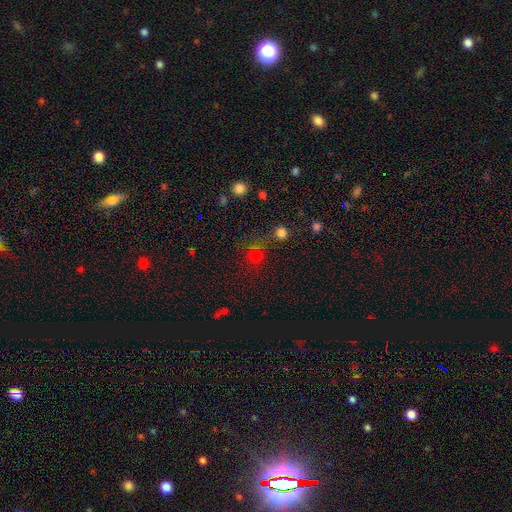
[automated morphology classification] The model was most divided on "smooth or featured": smooth: 66%, star or artifact: 27%, featured or disk: 7%. More confident: how rounded — round (89%); merging — none (68%).